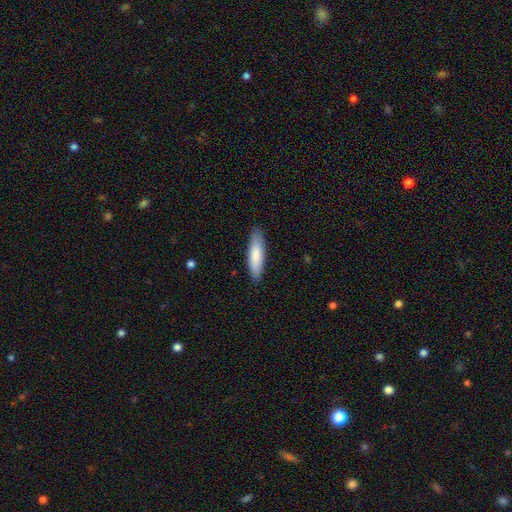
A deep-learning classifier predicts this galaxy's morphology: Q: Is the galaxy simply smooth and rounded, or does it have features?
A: smooth — 83%.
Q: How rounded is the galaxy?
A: cigar-shaped — 62%.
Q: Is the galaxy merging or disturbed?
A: none — 88%.